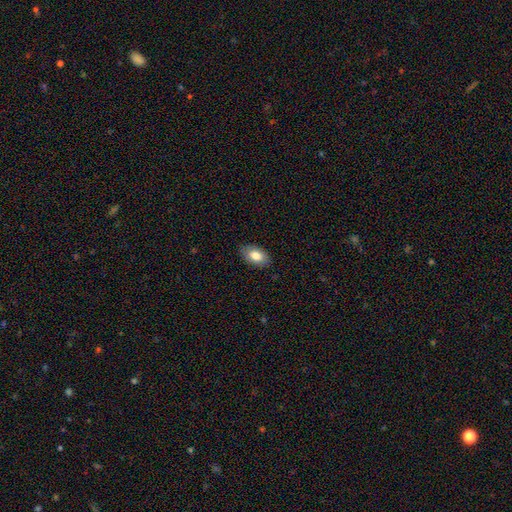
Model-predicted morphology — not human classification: This appears to be a smooth galaxy with no disk features (79%) that is in between round and cigar-shaped (92%). Merging: none (85%).